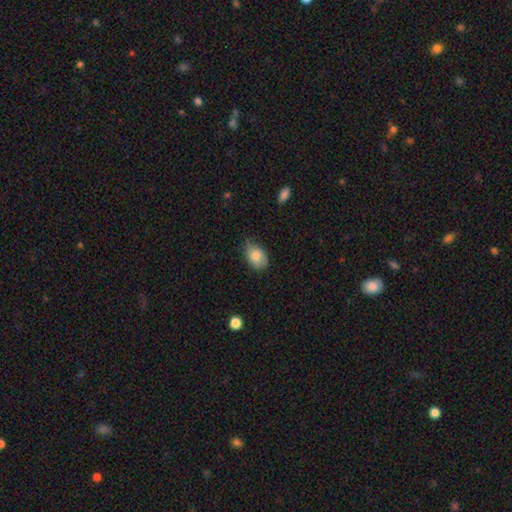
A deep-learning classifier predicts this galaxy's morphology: type=smooth (80%); roundness=in between (81%); merging=none (53%).